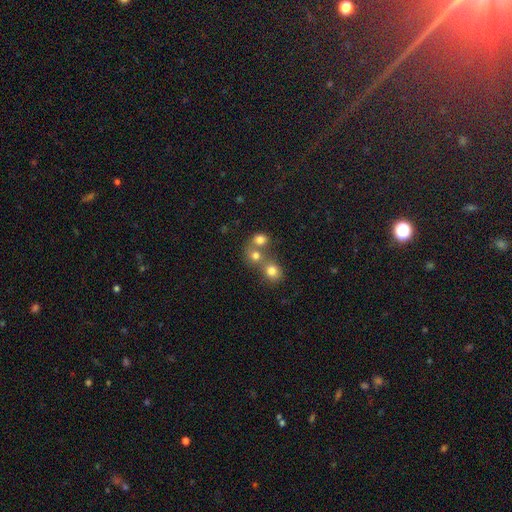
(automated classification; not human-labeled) A smooth galaxy with no disk features (75%) that is round (74%). Merging: merger (55%).